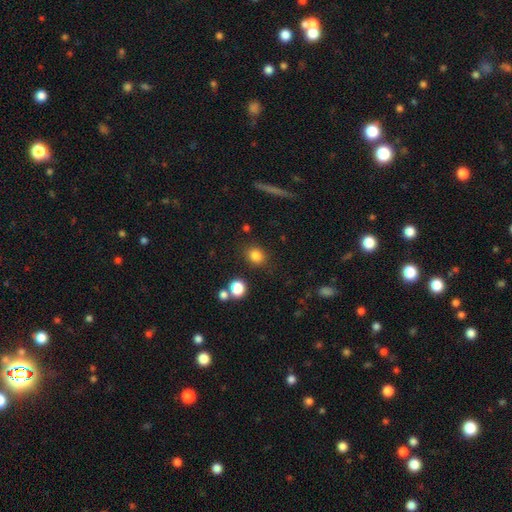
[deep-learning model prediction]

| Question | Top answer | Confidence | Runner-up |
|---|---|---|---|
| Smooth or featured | smooth | 83% | star or artifact (12%) |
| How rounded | round | 65% | in between (33%) |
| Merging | none | 83% | minor disturbance (10%) |